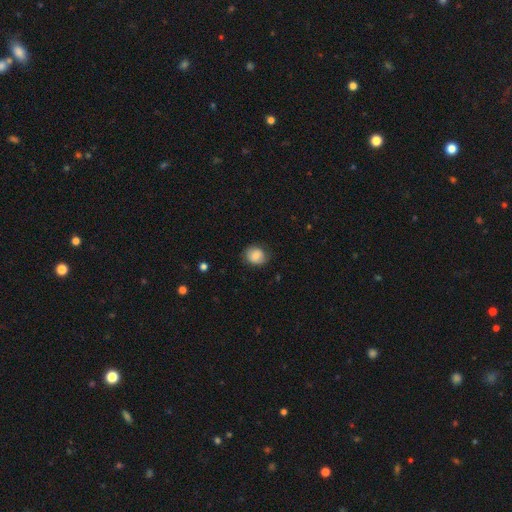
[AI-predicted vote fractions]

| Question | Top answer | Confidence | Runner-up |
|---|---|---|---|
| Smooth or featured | smooth | 79% | featured or disk (13%) |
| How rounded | round | 66% | in between (33%) |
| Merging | none | 76% | minor disturbance (18%) |